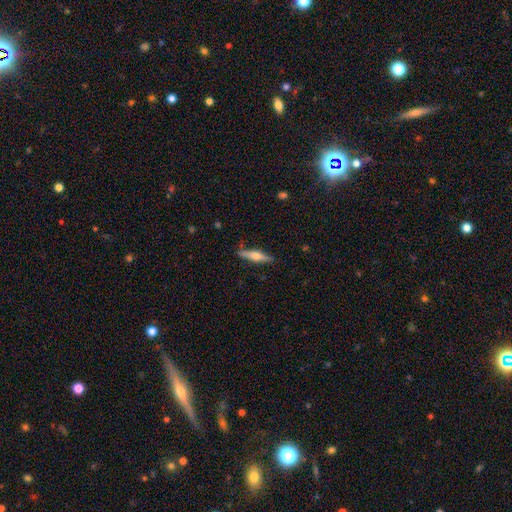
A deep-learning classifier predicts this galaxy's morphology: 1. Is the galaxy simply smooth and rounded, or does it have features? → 55% featured or disk, 39% smooth, 6% star or artifact.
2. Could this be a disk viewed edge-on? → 95% yes, 5% no.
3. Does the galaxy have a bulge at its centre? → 91% rounded, 5% boxy, 4% none.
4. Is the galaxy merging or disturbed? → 86% none, 10% minor disturbance, 2% major disturbance, 2% merger.